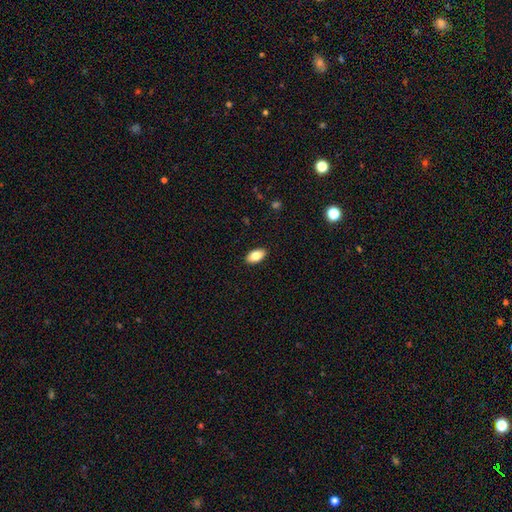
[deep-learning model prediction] The model was most divided on "smooth or featured": smooth: 81%, featured or disk: 12%, star or artifact: 7%. More confident: how rounded — in between (93%); merging — none (90%).